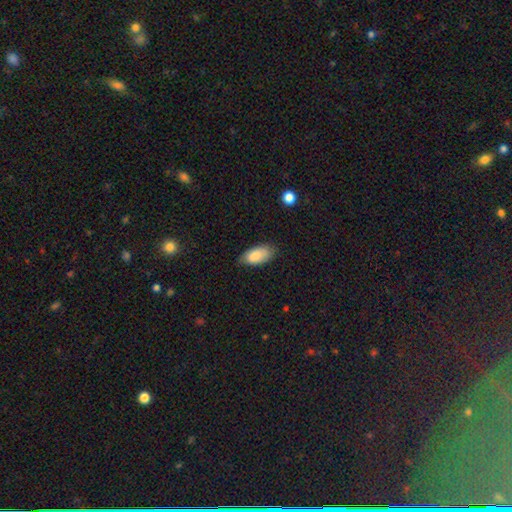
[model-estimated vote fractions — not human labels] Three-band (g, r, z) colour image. It shows a smooth galaxy with no disk features (84%) that is in between round and cigar-shaped (92%). Merging: none (72%).